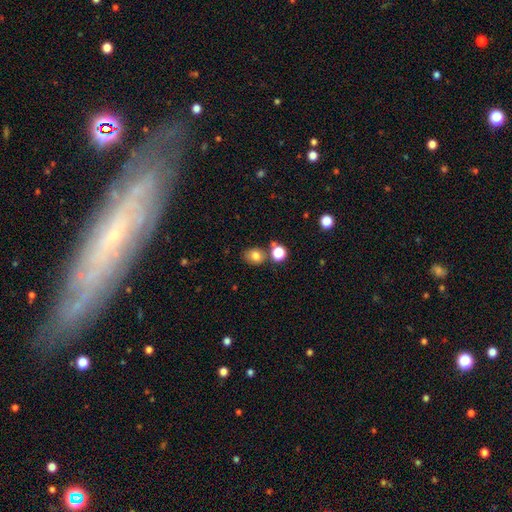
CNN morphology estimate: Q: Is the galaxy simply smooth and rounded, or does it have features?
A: smooth — 78%.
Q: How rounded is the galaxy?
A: round — 54%.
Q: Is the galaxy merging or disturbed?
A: none — 67%.